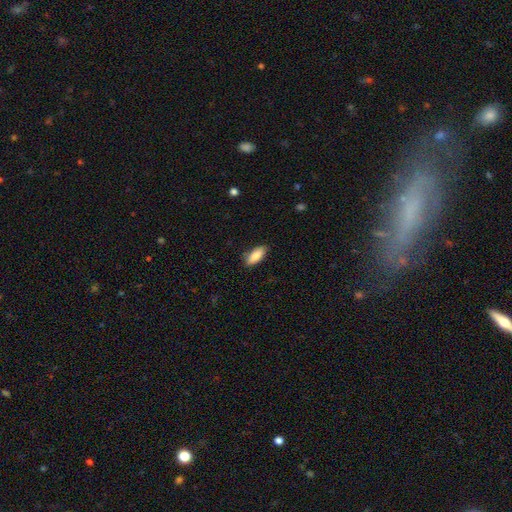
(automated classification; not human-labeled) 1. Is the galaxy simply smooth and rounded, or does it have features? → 86% smooth, 8% featured or disk, 6% star or artifact.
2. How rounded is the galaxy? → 81% in between, 17% cigar-shaped, 2% round.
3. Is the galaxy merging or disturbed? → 85% none, 12% minor disturbance, 2% major disturbance, 1% merger.